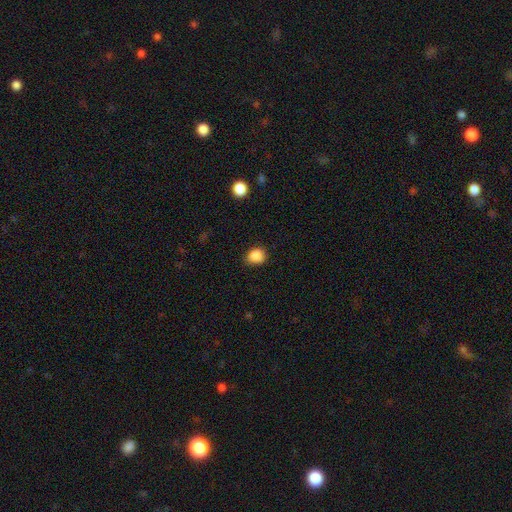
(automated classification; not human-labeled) A smooth galaxy with no disk features (87%) that is round (62%).

Vote fractions:
- Smooth or featured? smooth: 87% / star or artifact: 10% / featured or disk: 3%
- How rounded? round: 62% / in between: 37% / cigar-shaped: 1%
- Merging? none: 73% / minor disturbance: 22% / major disturbance: 4% / merger: 1%